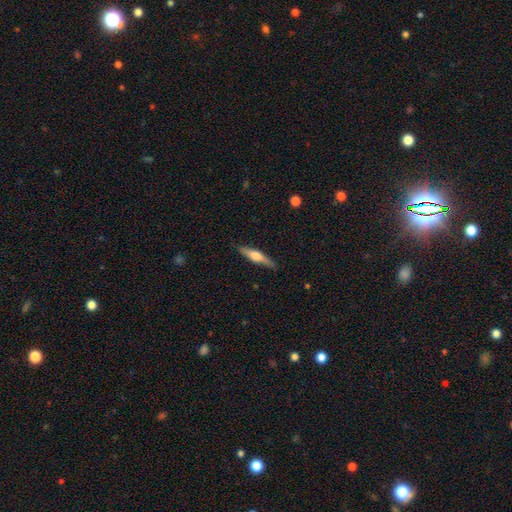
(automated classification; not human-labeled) smooth_or_featured: featured or disk (p=0.57) [alt: smooth p=0.37]
disk_edge_on: yes (p=0.96) [alt: no p=0.04]
edge_on_bulge: rounded (p=0.88) [alt: boxy p=0.08]
merging: none (p=0.88) [alt: minor disturbance p=0.09]